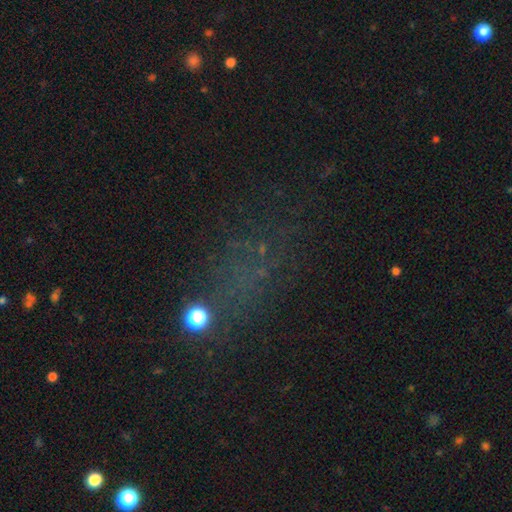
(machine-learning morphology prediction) A star or artifact, not a galaxy (50%).

Vote fractions:
- Smooth or featured? star or artifact: 50% / smooth: 31% / featured or disk: 19%